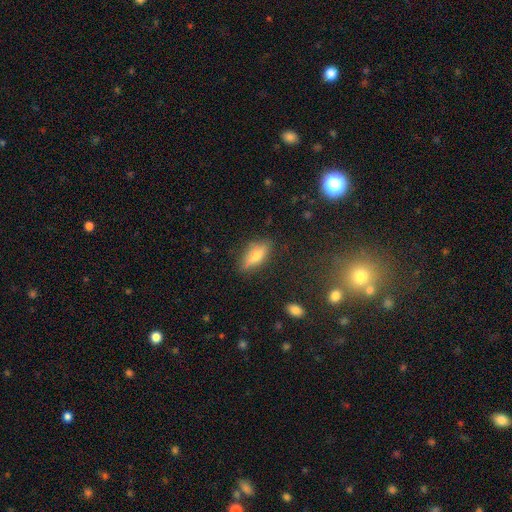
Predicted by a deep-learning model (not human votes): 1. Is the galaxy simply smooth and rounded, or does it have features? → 51% smooth, 40% featured or disk, 9% star or artifact.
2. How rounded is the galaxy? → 59% in between, 37% cigar-shaped, 4% round.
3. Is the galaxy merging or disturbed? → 82% none, 13% minor disturbance, 3% major disturbance, 1% merger.